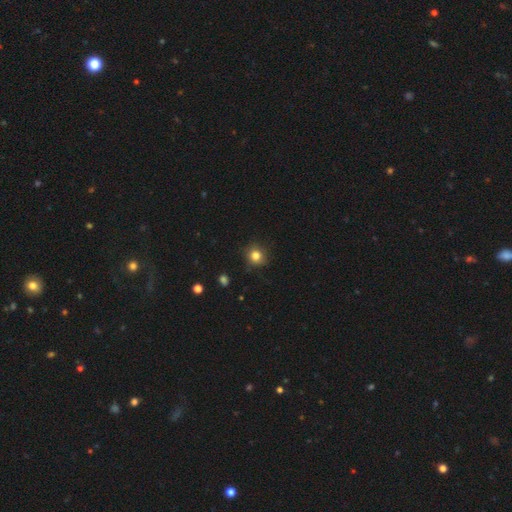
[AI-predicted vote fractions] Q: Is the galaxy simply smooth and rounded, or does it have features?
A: smooth — 81%.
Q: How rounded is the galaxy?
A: round — 89%.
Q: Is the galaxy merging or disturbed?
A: none — 85%.